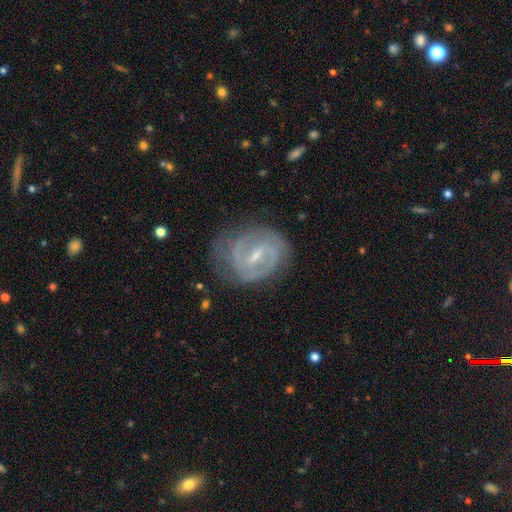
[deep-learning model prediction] A featured or disk galaxy (86%) with a weak bar (48%), 2 (78%) tight (54%) spiral arms (95%) and a small central bulge (58%).

Vote fractions:
- Smooth or featured? featured or disk: 86% / smooth: 8% / star or artifact: 6%
- Edge-on disk? no: 97% / yes: 3%
- Bar? weak: 48% / strong: 39% / no: 13%
- Spiral arms? yes: 95% / no: 5%
- Spiral winding? tight: 54% / medium: 38% / loose: 9%
- Spiral arm count? 2: 78% / can't tell: 11% / 3: 6% / 1: 3% / 4: 2% / more than 4: 2%
- Bulge size? small: 58% / moderate: 36% / none: 4% / large: 1% / dominant: 1%
- Merging? none: 71% / minor disturbance: 20% / major disturbance: 8% / merger: 1%